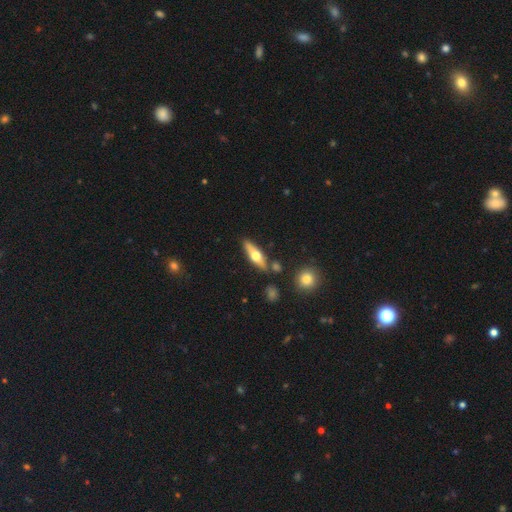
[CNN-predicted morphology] smooth-or-featured: featured or disk: 49% | smooth: 45% | star or artifact: 6%
  merging: none: 81% | minor disturbance: 11% | merger: 6% | major disturbance: 3%